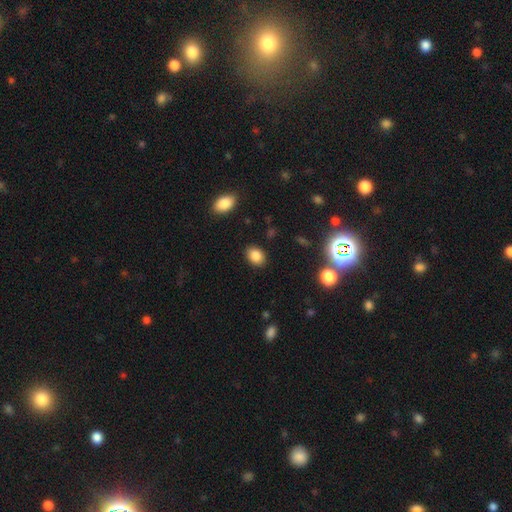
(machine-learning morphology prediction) Q: Smooth or featured?
A: smooth (85%); runner-up: star or artifact (10%)
Q: How rounded?
A: in between (67%); runner-up: round (31%)
Q: Merging?
A: none (87%); runner-up: minor disturbance (9%)